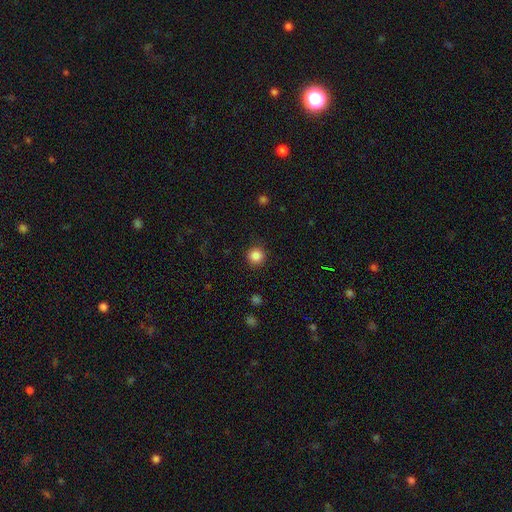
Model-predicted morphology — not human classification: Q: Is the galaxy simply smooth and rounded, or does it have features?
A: smooth — 86%.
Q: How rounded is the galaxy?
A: round — 95%.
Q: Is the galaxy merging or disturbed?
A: none — 91%.